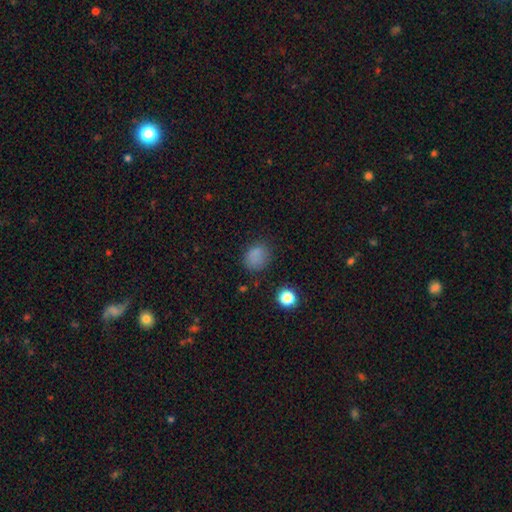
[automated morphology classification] Overall: smooth (78%). How rounded: round (52%; in between 47%). Merging: none (73%).